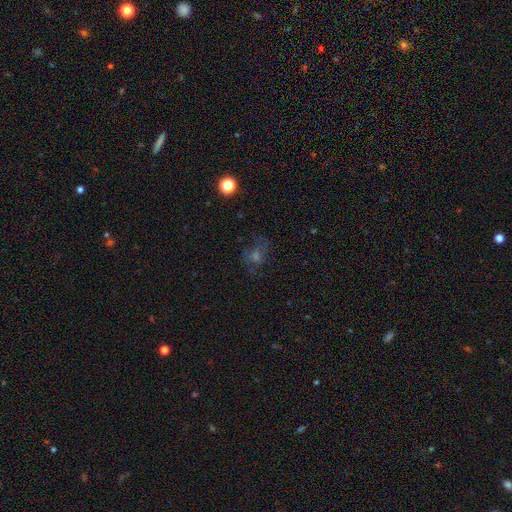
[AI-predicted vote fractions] Morphology: type=featured or disk (37%); merging=none (67%).